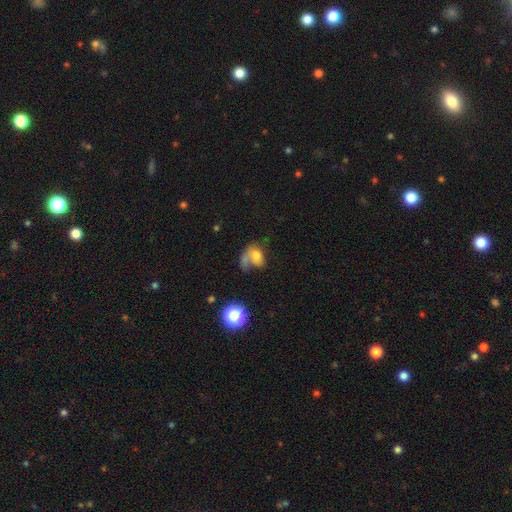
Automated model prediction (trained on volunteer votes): smooth 54%, featured or disk 33%, star or artifact 13%. Down the decision tree: how rounded — in between (71%); merging — major disturbance (40%).